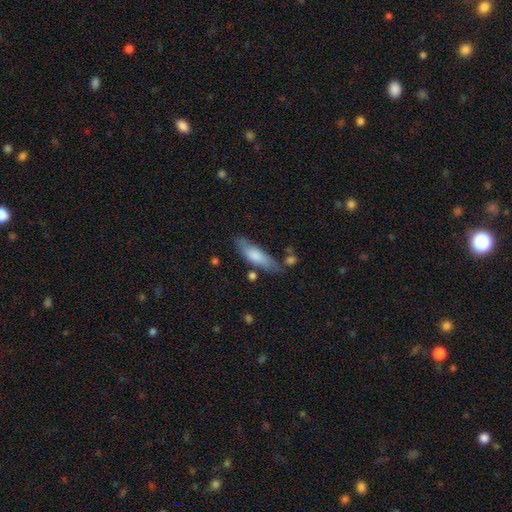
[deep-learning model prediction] smooth_or_featured: smooth (p=0.73) [alt: featured or disk p=0.21]
how_rounded: cigar-shaped (p=0.51) [alt: in between p=0.47]
merging: none (p=0.65) [alt: minor disturbance p=0.21]